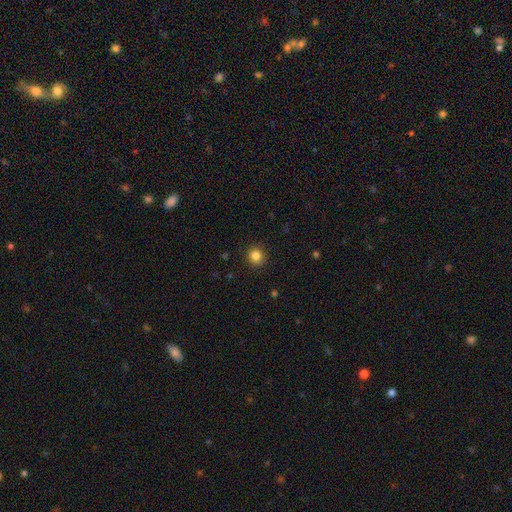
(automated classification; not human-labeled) A smooth galaxy with no disk features (84%) that is round (89%).

Vote fractions:
- Smooth or featured? smooth: 84% / star or artifact: 11% / featured or disk: 4%
- How rounded? round: 89% / in between: 11% / cigar-shaped: 1%
- Merging? none: 91% / minor disturbance: 6% / major disturbance: 2% / merger: 1%